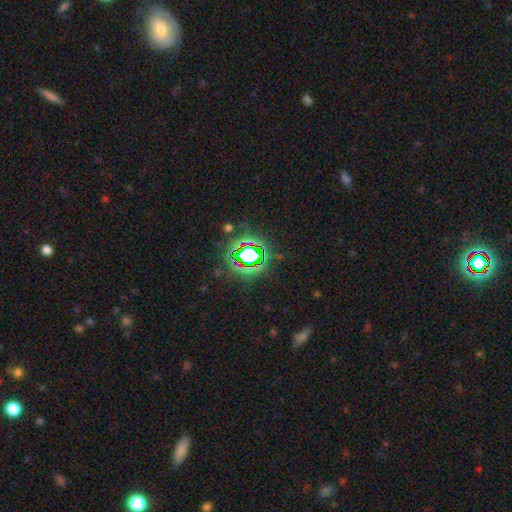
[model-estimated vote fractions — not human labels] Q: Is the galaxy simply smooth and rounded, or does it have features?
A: star or artifact — 73%.